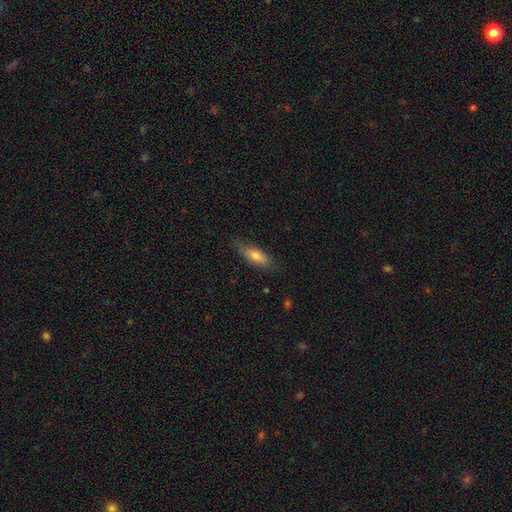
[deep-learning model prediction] Smooth or featured? smooth (76%)
How rounded? in between (68%)
Merging? none (77%)